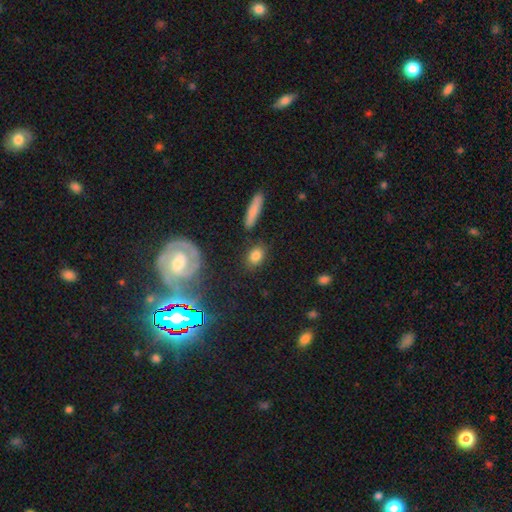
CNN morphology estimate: Smooth or featured?
  - smooth: 81% *
  - star or artifact: 10%
  - featured or disk: 9%
How rounded?
  - in between: 65% *
  - round: 30%
  - cigar-shaped: 5%
Merging?
  - none: 81% *
  - minor disturbance: 11%
  - merger: 4%
  - major disturbance: 4%